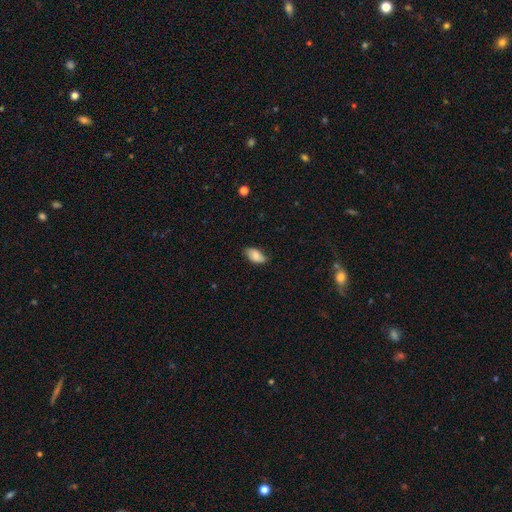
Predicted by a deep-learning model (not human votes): Smooth or featured: smooth — 80% (featured or disk — 13%)
How rounded: in between — 94% (round — 4%)
Merging: none — 76% (minor disturbance — 20%)